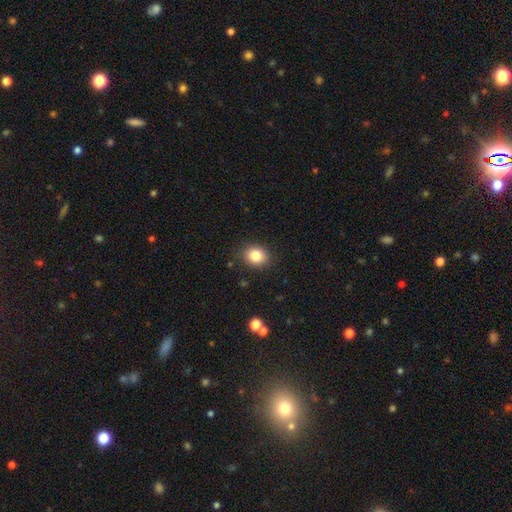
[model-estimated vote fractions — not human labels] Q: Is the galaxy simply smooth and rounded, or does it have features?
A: smooth — 83%.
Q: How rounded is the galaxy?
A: round — 59%.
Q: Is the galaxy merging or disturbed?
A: none — 87%.